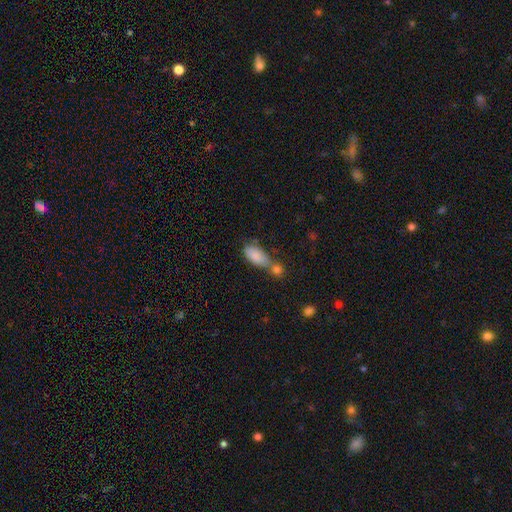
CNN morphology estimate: smooth-or-featured: smooth: 85% | featured or disk: 8% | star or artifact: 8%
  how-rounded: in between: 86% | cigar-shaped: 11% | round: 4%
  merging: merger: 45% | none: 32% | minor disturbance: 15% | major disturbance: 7%